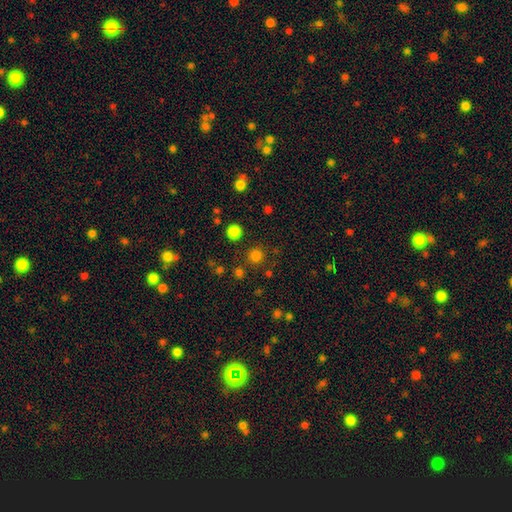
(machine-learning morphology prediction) This is likely a smooth galaxy (79%). How rounded: clearly round (94%). Merging: clearly none (86%).